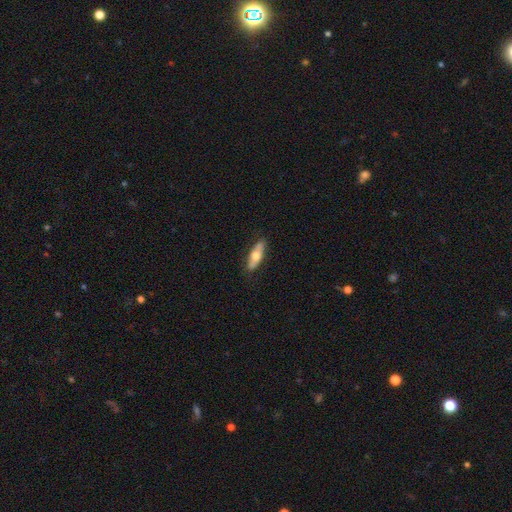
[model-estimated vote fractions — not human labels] Morphology: type=smooth (57%); roundness=in between (53%); merging=none (84%).